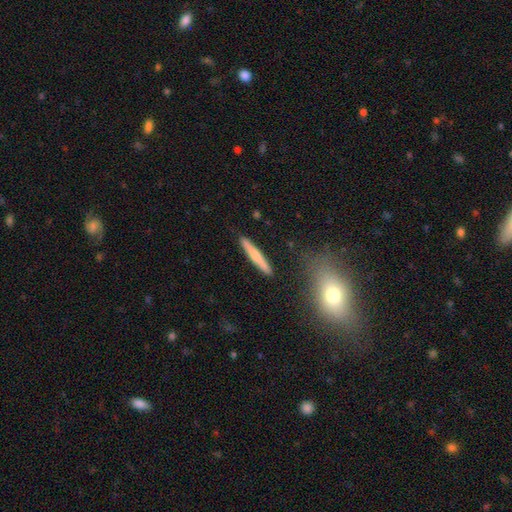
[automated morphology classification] Smooth or featured?
  - smooth: 58% *
  - featured or disk: 36%
  - star or artifact: 6%
How rounded?
  - cigar-shaped: 94% *
  - in between: 4%
  - round: 2%
Merging?
  - none: 88% *
  - minor disturbance: 8%
  - merger: 2%
  - major disturbance: 2%